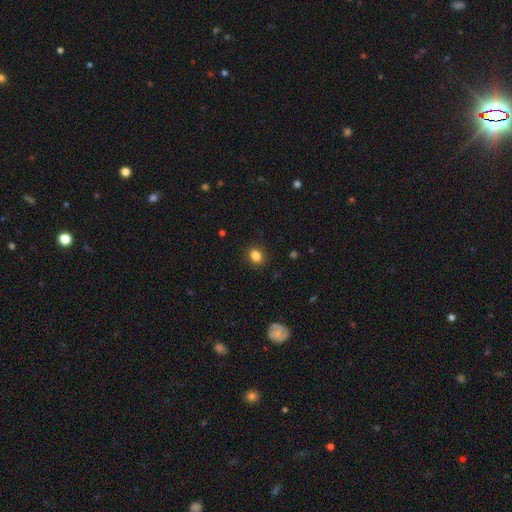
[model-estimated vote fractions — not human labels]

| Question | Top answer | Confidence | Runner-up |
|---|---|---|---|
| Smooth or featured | smooth | 84% | star or artifact (11%) |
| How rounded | round | 54% | in between (45%) |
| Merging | none | 88% | minor disturbance (9%) |